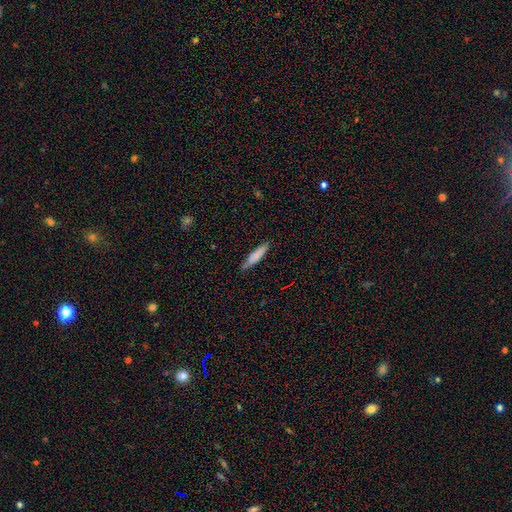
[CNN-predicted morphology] smooth_or_featured: smooth (p=0.80) [alt: featured or disk p=0.13]
how_rounded: cigar-shaped (p=0.83) [alt: in between p=0.16]
merging: none (p=0.78) [alt: minor disturbance p=0.17]